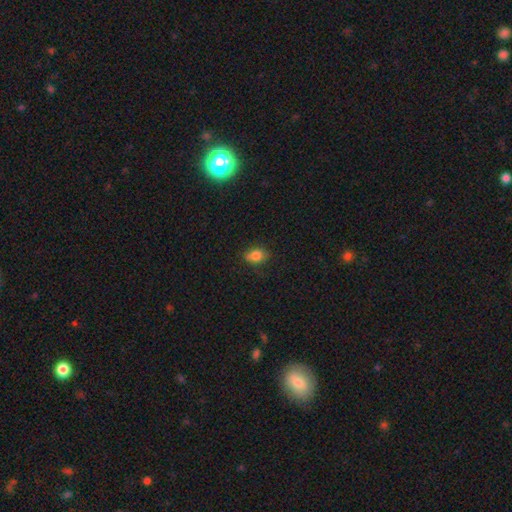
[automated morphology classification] This is clearly a smooth galaxy (80%). How rounded: possibly in between (59%). Merging: likely none (68%).